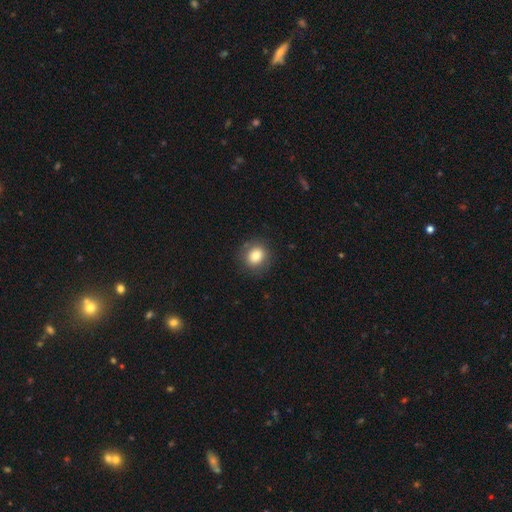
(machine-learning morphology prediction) smooth-or-featured: smooth: 79% | featured or disk: 11% | star or artifact: 10%
  how-rounded: round: 80% | in between: 19% | cigar-shaped: 1%
  merging: none: 85% | minor disturbance: 10% | major disturbance: 4% | merger: 1%